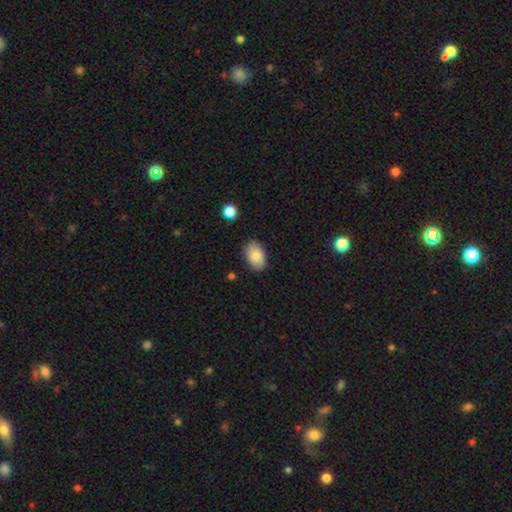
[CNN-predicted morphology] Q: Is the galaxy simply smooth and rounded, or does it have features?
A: smooth — 87%.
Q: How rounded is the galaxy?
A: in between — 88%.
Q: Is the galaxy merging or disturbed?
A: none — 81%.